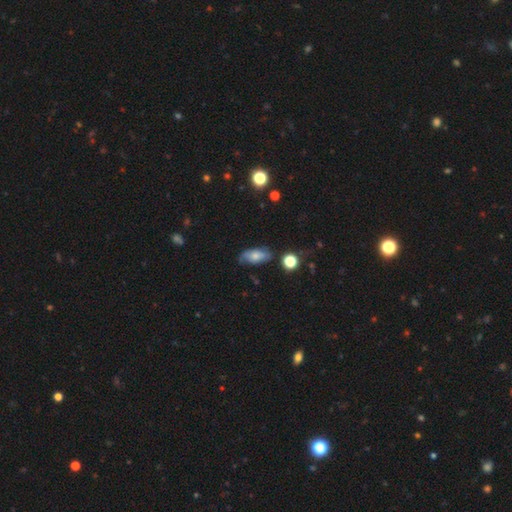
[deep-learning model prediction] Overall: smooth (60%; featured or disk 31%). How rounded: in between (86%). Merging: none (64%; minor disturbance 26%).